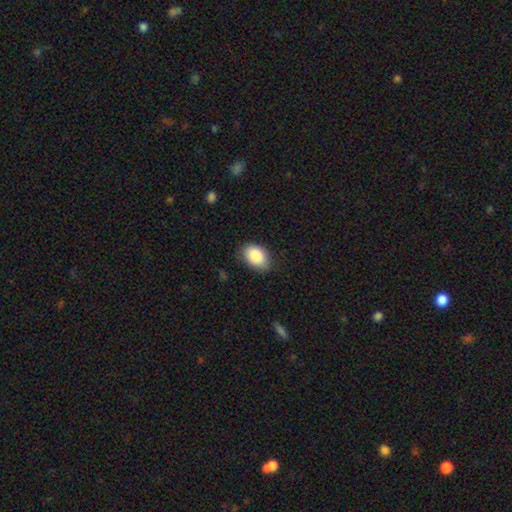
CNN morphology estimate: A smooth galaxy with no disk features (89%) that is in between round and cigar-shaped (86%).

Vote fractions:
- Smooth or featured? smooth: 89% / star or artifact: 7% / featured or disk: 5%
- How rounded? in between: 86% / round: 13% / cigar-shaped: 1%
- Merging? none: 81% / minor disturbance: 15% / major disturbance: 3% / merger: 1%